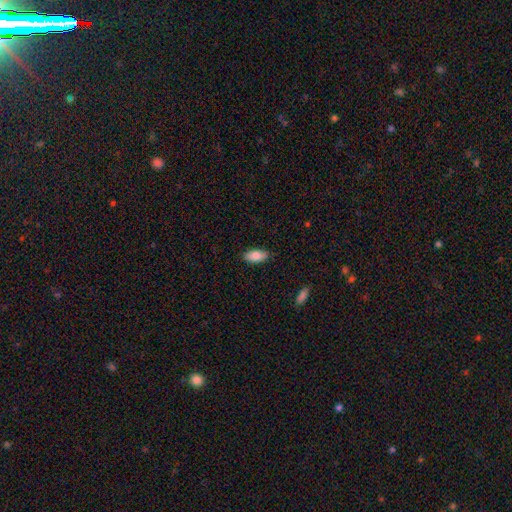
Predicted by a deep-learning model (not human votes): A smooth galaxy with no disk features (86%) that is in between round and cigar-shaped (88%). Merging: none (86%).